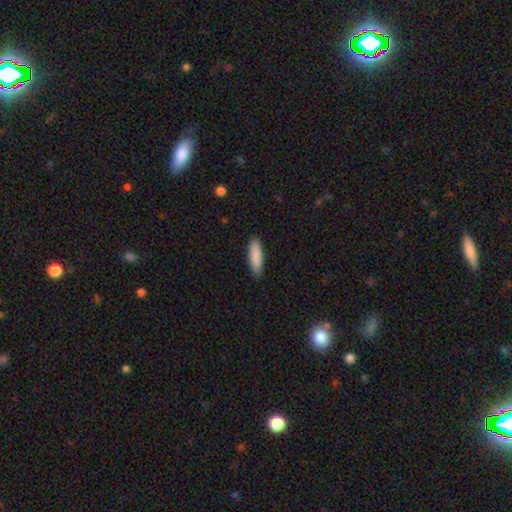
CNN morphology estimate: The model was most divided on "how rounded": cigar-shaped: 55%, in between: 43%, round: 1%. More confident: merging — none (89%); smooth or featured — smooth (89%).